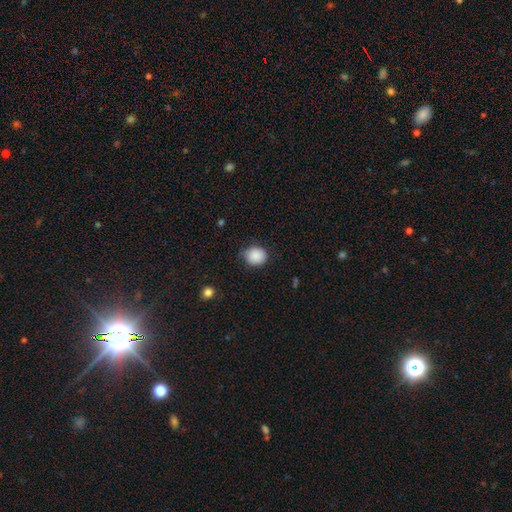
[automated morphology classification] Smooth or featured? smooth (88%)
How rounded? round (78%)
Merging? none (75%)